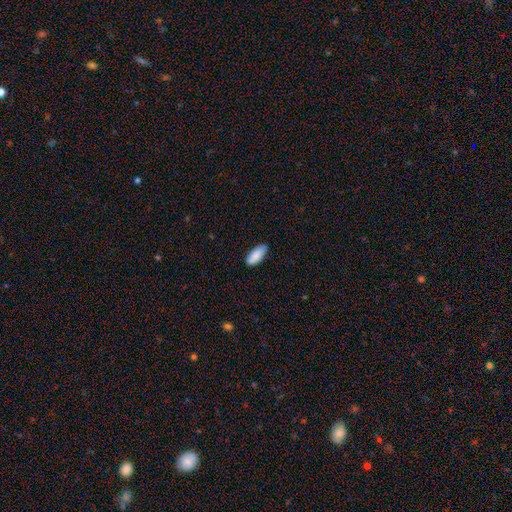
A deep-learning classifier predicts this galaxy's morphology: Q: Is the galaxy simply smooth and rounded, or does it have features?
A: smooth — 87%.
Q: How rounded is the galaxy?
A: in between — 87%.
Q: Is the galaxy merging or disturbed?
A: none — 83%.